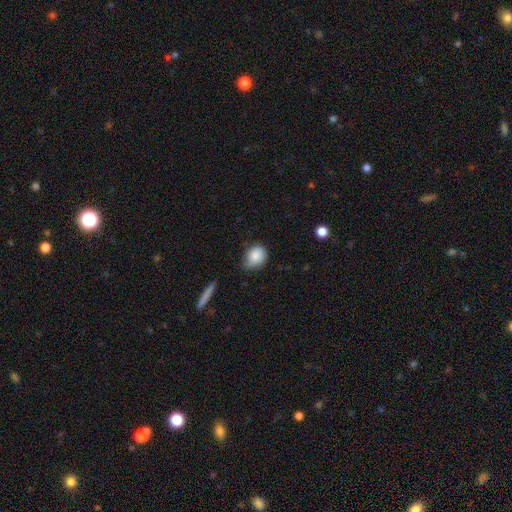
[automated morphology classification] Smooth or featured?
  - smooth: 83% *
  - featured or disk: 10%
  - star or artifact: 8%
How rounded?
  - round: 57% *
  - in between: 41%
  - cigar-shaped: 1%
Merging?
  - none: 50% *
  - minor disturbance: 39%
  - major disturbance: 8%
  - merger: 2%